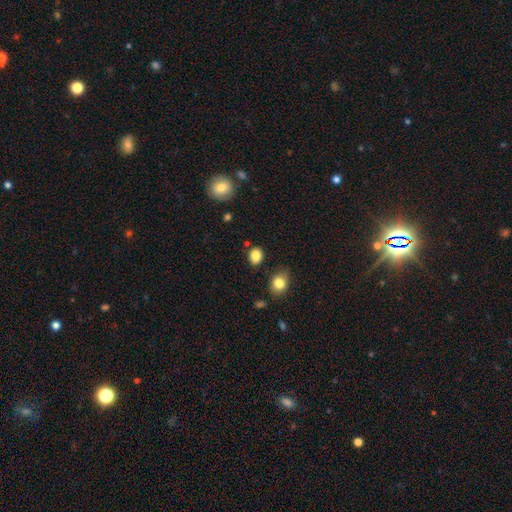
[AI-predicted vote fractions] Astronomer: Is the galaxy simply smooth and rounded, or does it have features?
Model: smooth — 85%.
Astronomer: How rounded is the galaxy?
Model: in between — 51% (runner-up: round, 48%).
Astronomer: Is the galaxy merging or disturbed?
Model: none — 81%.